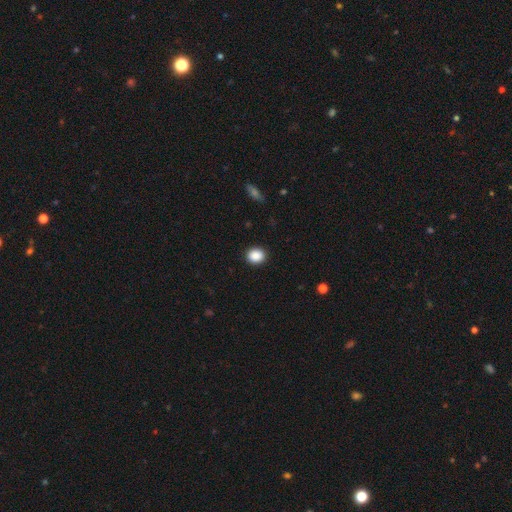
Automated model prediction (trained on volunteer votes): smooth-or-featured: smooth: 89% | star or artifact: 8% | featured or disk: 3%
  how-rounded: round: 64% | in between: 35% | cigar-shaped: 1%
  merging: none: 91% | minor disturbance: 6% | major disturbance: 2% | merger: 1%